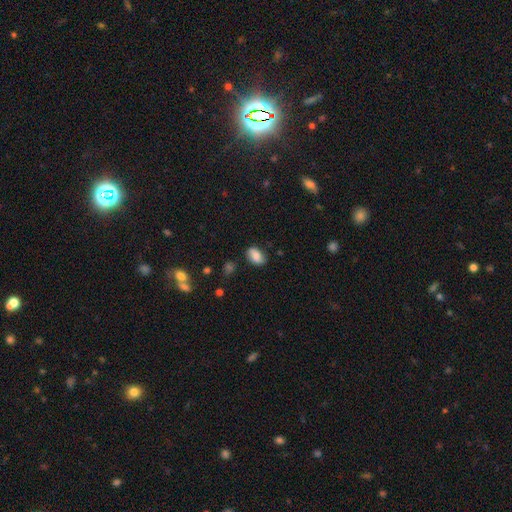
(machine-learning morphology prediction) Overall: smooth (76%). How rounded: in between (89%). Merging: none (73%).